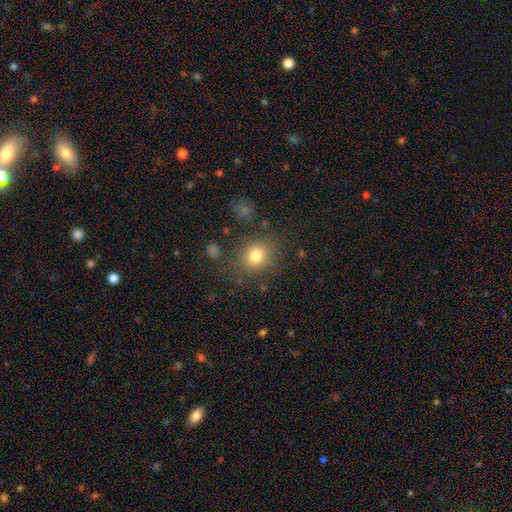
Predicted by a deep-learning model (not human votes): smooth 79%, star or artifact 13%, featured or disk 9%. Down the decision tree: how rounded — round (71%); merging — none (78%).